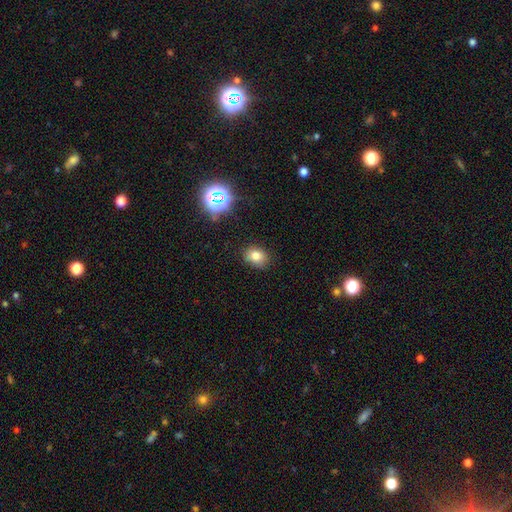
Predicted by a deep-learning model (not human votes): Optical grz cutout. It shows a smooth galaxy with no disk features (77%) that is in between round and cigar-shaped (54%). Merging: none (83%).